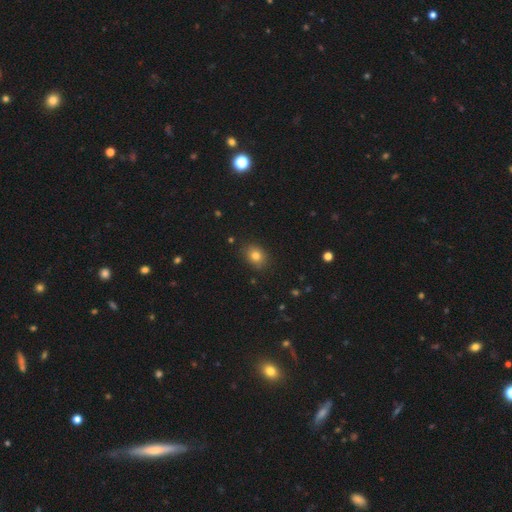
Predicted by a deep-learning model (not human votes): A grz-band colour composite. It shows a smooth galaxy with no disk features (79%) that is in between round and cigar-shaped (56%). Merging: none (85%).